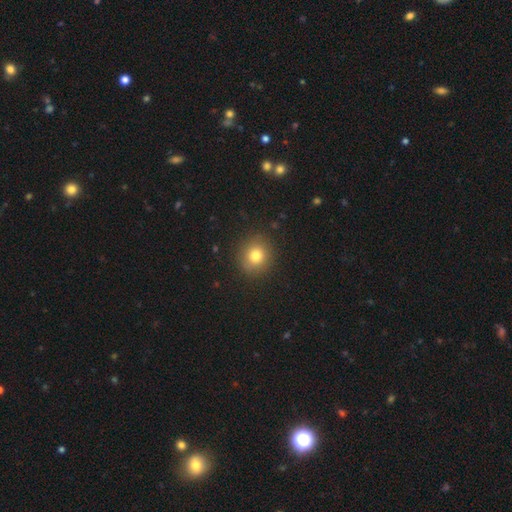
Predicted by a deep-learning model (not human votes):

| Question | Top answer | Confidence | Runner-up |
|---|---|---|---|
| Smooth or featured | smooth | 79% | star or artifact (12%) |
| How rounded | round | 83% | in between (16%) |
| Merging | none | 88% | minor disturbance (8%) |